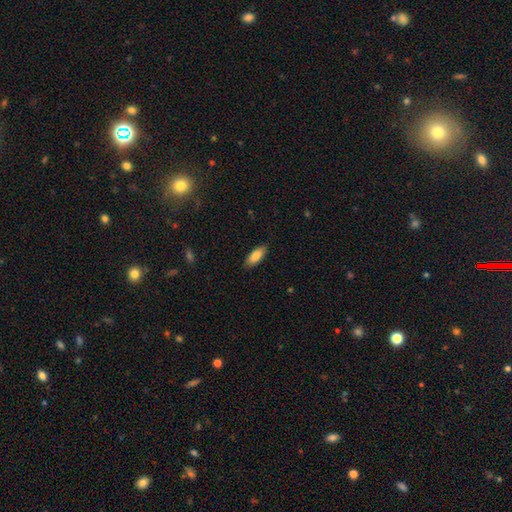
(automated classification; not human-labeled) Smooth or featured? smooth (84%)
How rounded? in between (75%)
Merging? none (88%)